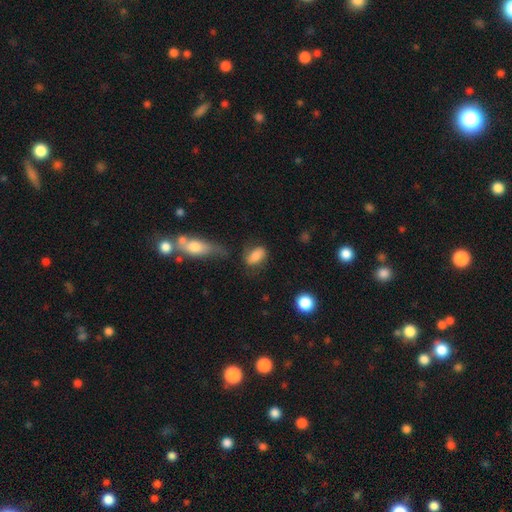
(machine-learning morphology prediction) This appears to be a smooth galaxy with no disk features (71%) that is in between round and cigar-shaped (86%). Merging: none (56%).